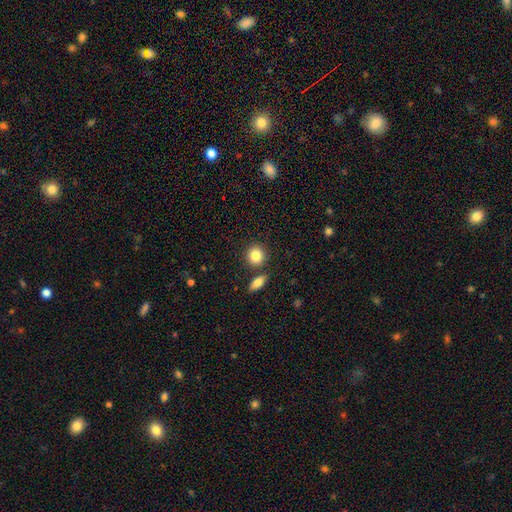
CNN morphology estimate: Smooth or featured: smooth — 85% (star or artifact — 8%)
How rounded: round — 84% (in between — 14%)
Merging: none — 79% (merger — 11%)